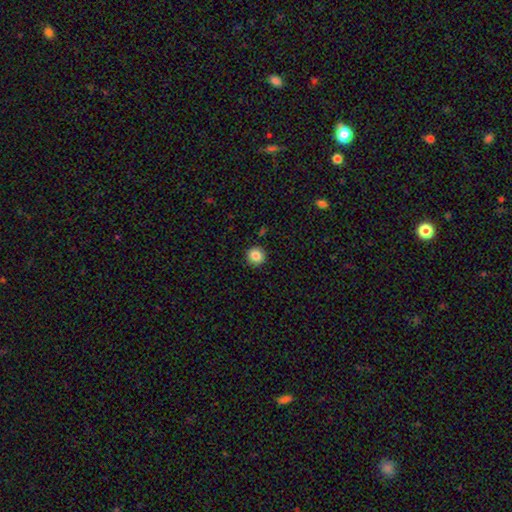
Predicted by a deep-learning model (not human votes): smooth-or-featured: smooth: 86% | star or artifact: 10% | featured or disk: 4%
  how-rounded: round: 92% | in between: 7% | cigar-shaped: 1%
  merging: none: 91% | minor disturbance: 6% | major disturbance: 2% | merger: 1%